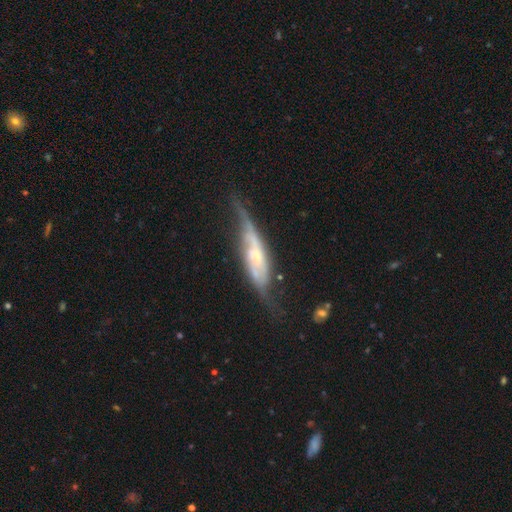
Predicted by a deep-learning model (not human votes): Smooth or featured: featured or disk — 73% (smooth — 20%)
Edge-on disk: yes — 53% (no — 47%)
Merging: none — 47% (minor disturbance — 30%)